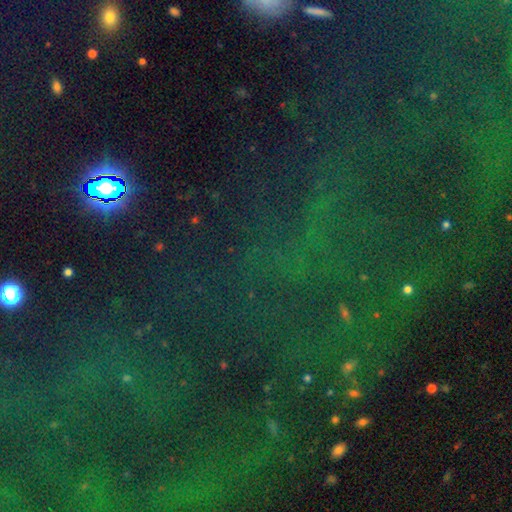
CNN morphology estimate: Smooth or featured: star or artifact — 74% (smooth — 14%)